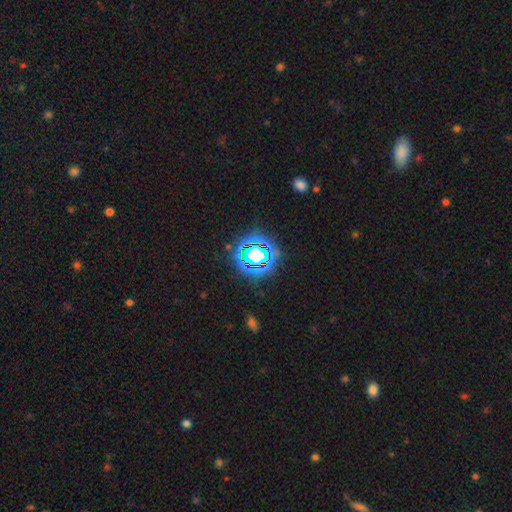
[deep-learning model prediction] Morphology: type=star or artifact (67%).